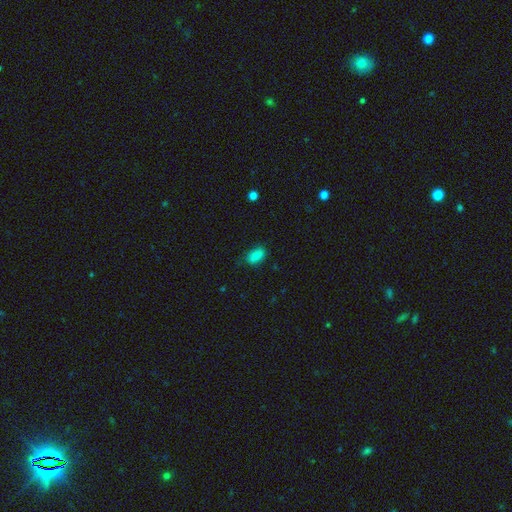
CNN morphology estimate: type=smooth (80%); roundness=in between (88%); merging=none (72%).